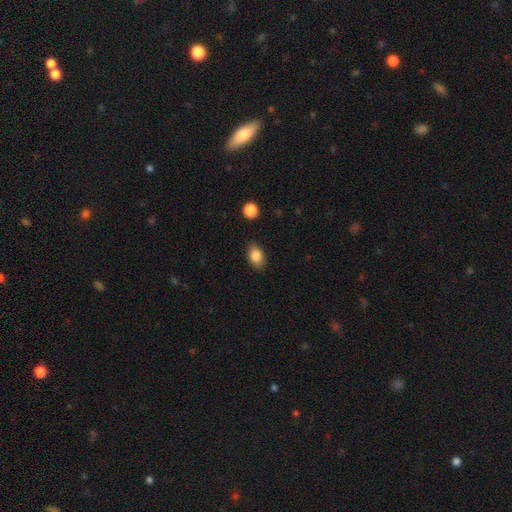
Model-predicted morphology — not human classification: smooth_or_featured: smooth (p=0.85) [alt: star or artifact p=0.08]
how_rounded: in between (p=0.83) [alt: round p=0.16]
merging: none (p=0.83) [alt: minor disturbance p=0.12]